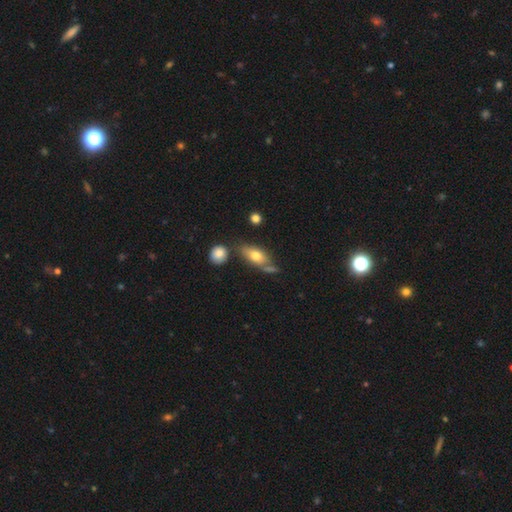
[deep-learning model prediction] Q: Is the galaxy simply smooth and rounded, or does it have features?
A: smooth — 67%.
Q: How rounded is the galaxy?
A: in between — 80%.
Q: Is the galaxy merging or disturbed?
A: none — 57%.